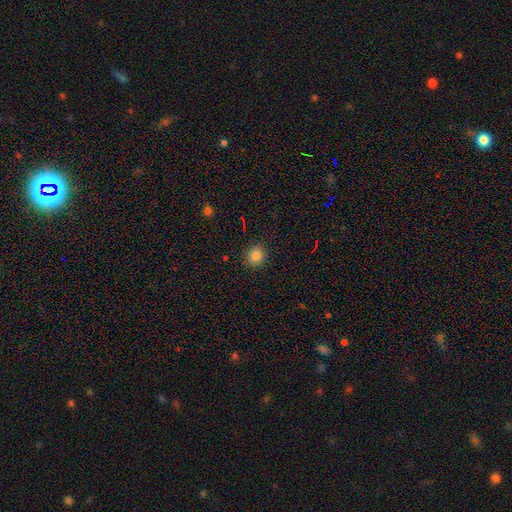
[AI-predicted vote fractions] The model was most divided on "smooth or featured": smooth: 83%, star or artifact: 12%, featured or disk: 5%. More confident: merging — none (90%); how rounded — round (89%).